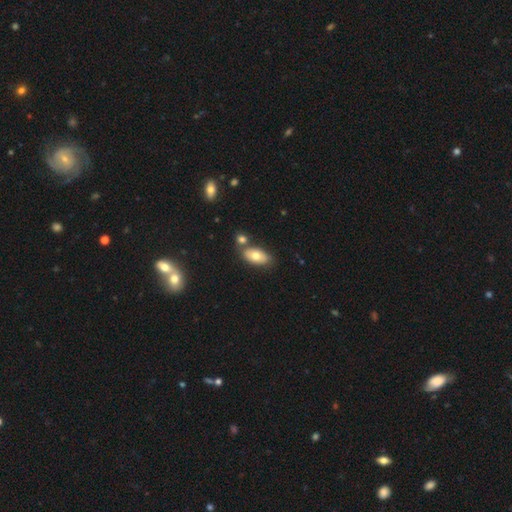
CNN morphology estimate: smooth 73%, featured or disk 20%, star or artifact 8%. Down the decision tree: how rounded — in between (92%); merging — none (63%).